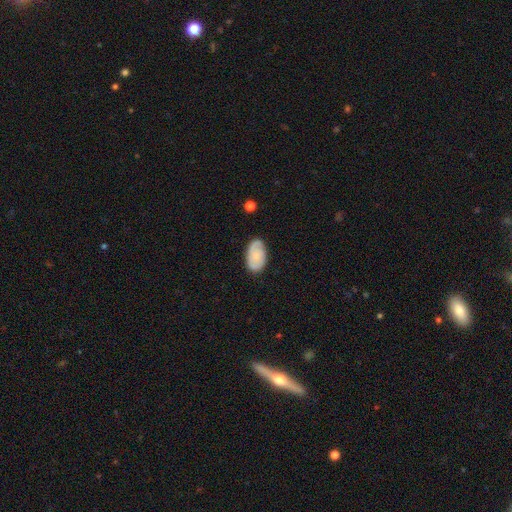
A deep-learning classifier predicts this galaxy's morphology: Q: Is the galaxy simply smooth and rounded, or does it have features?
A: smooth — 49%.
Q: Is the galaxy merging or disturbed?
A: none — 73%.